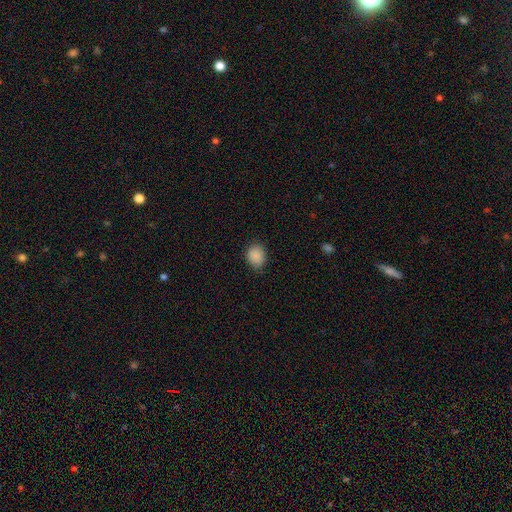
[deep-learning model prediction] The model was most divided on "how rounded": round: 58%, in between: 41%, cigar-shaped: 1%. More confident: smooth or featured — smooth (88%); merging — none (82%).